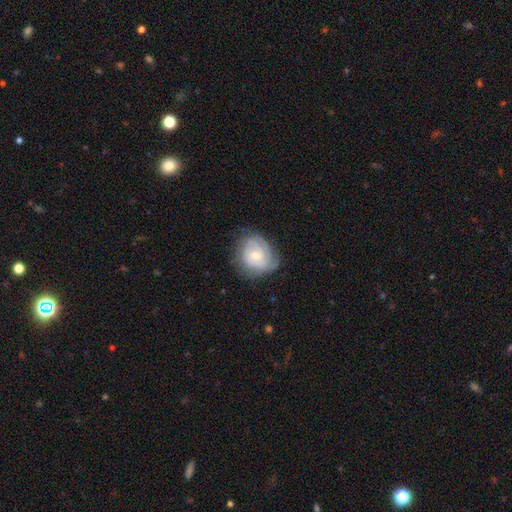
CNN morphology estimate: smooth-or-featured: featured or disk: 75% | smooth: 19% | star or artifact: 6%
  disk-edge-on: no: 97% | yes: 3%
    bar: no: 61% | weak: 33% | strong: 5%
    has-spiral-arms: yes: 92% | no: 8%
      spiral-winding: tight: 65% | medium: 27% | loose: 7%
      spiral-arm-count: can't tell: 34% | 2: 26% | 3: 24% | 4: 6% | 1: 6% | more than 4: 4%
    bulge-size: small: 52% | moderate: 44% | large: 2% | none: 1% | dominant: 1%
  merging: none: 70% | minor disturbance: 21% | major disturbance: 8% | merger: 1%